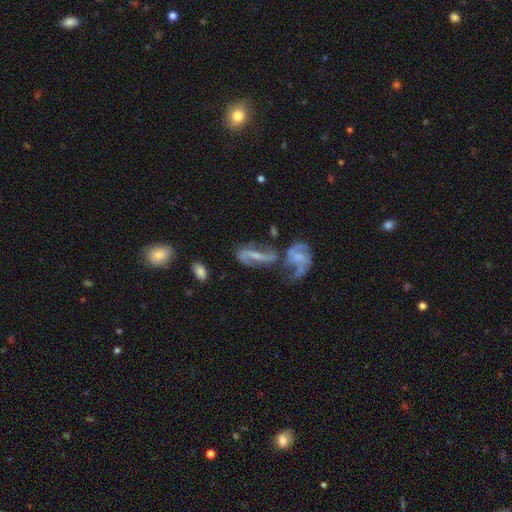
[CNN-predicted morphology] type=featured or disk (78%); edge-on=no (92%); bar=weak (40%); spiral arms=yes (89%); winding=loose (60%); arm count=2 (87%); bulge=small (52%); merging=merger (39%).